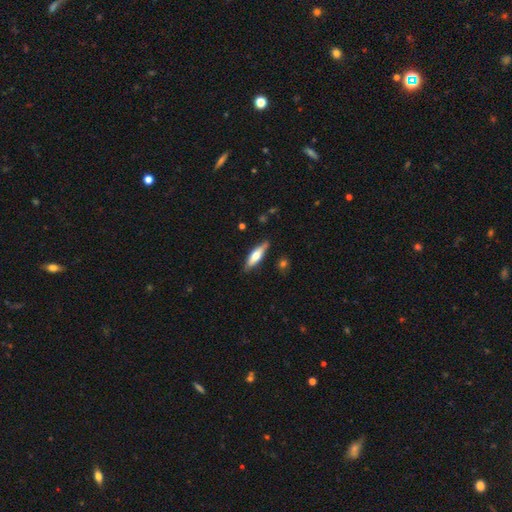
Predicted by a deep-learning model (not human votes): Smooth or featured? smooth (56%)
How rounded? cigar-shaped (62%)
Merging? none (82%)